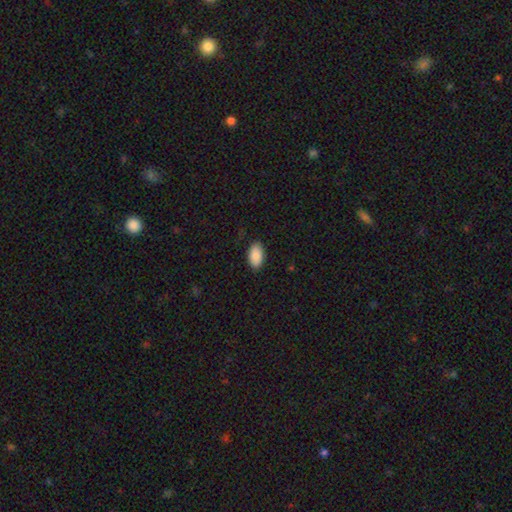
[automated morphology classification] A smooth galaxy with no disk features (90%) that is in between round and cigar-shaped (95%). Merging: none (86%).